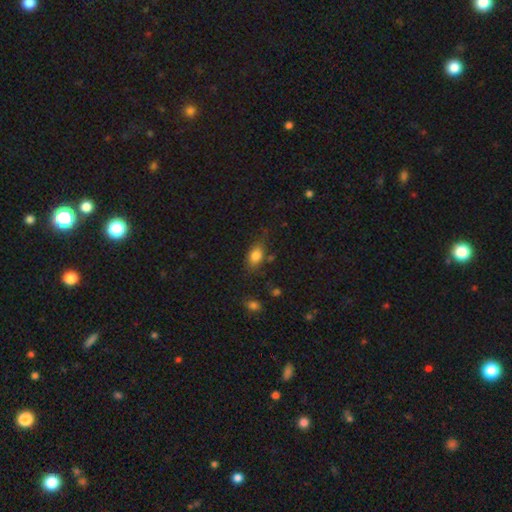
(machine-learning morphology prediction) This is clearly a smooth galaxy (82%). How rounded: clearly in between (83%). Merging: likely none (68%).